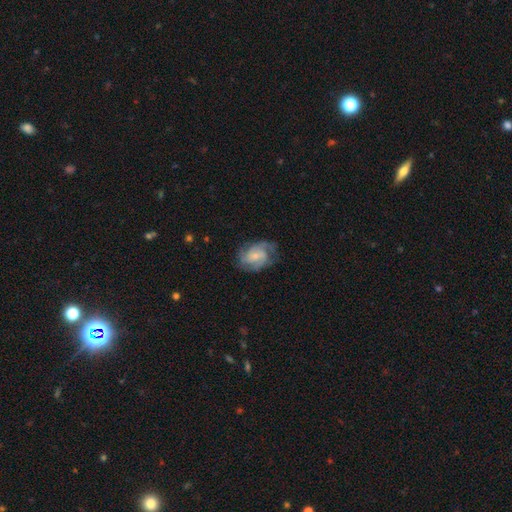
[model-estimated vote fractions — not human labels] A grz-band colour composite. It shows a featured or disk galaxy (75%) with no bar (56%), 2 (37%) medium (45%) spiral arms (94%) and a small central bulge (60%). Merging: none (65%).